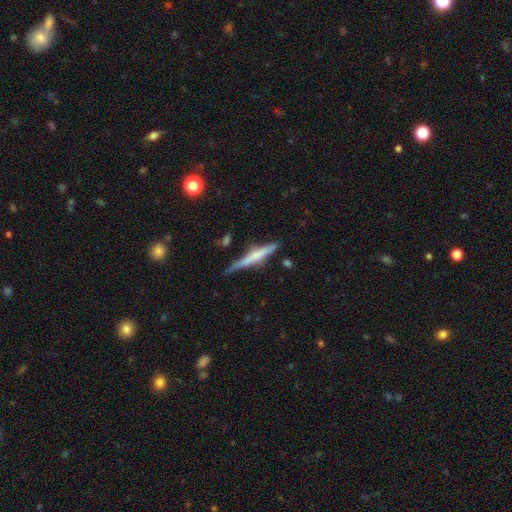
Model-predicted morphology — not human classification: A featured or disk galaxy (58%) viewed edge-on (97%) with a rounded central bulge (59%).

Vote fractions:
- Smooth or featured? featured or disk: 58% / smooth: 35% / star or artifact: 7%
- Edge-on disk? yes: 97% / no: 3%
- Edge-on bulge? rounded: 59% / none: 22% / boxy: 19%
- Merging? none: 74% / minor disturbance: 18% / major disturbance: 4% / merger: 4%